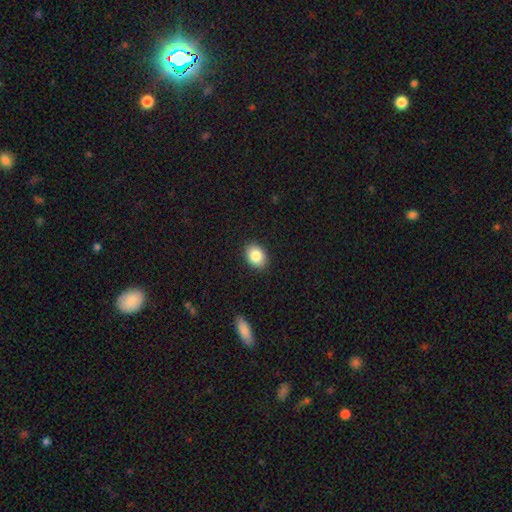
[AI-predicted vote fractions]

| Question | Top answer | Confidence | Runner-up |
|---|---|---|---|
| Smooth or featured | smooth | 85% | star or artifact (8%) |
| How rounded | in between | 70% | round (29%) |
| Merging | none | 89% | minor disturbance (8%) |